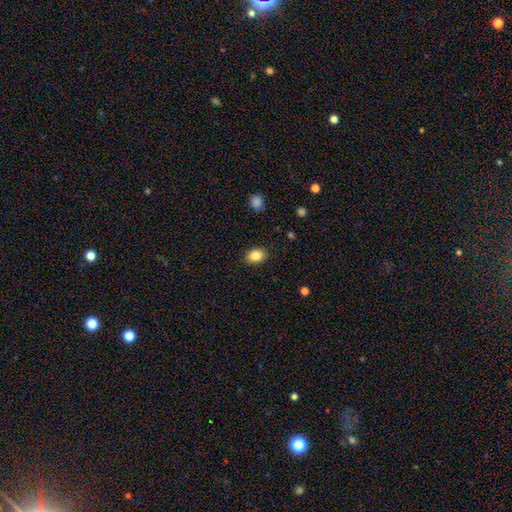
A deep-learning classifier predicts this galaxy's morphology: Smooth or featured?
  - smooth: 85% *
  - star or artifact: 9%
  - featured or disk: 7%
How rounded?
  - in between: 75% *
  - round: 24%
  - cigar-shaped: 1%
Merging?
  - none: 88% *
  - minor disturbance: 9%
  - major disturbance: 2%
  - merger: 1%